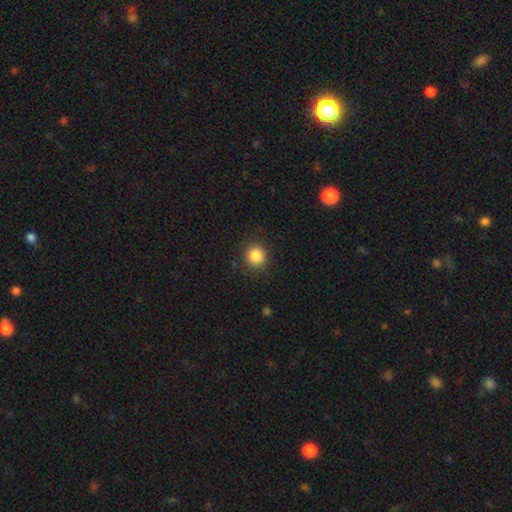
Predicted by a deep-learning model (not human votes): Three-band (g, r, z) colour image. It shows a smooth galaxy with no disk features (86%) that is round (91%). Merging: none (89%).